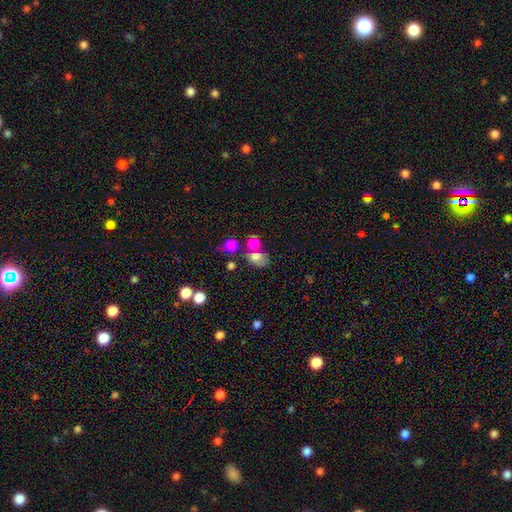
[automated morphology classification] This appears to be a smooth galaxy with no disk features (71%) that is in between round and cigar-shaped (60%). Merging: none (39%).